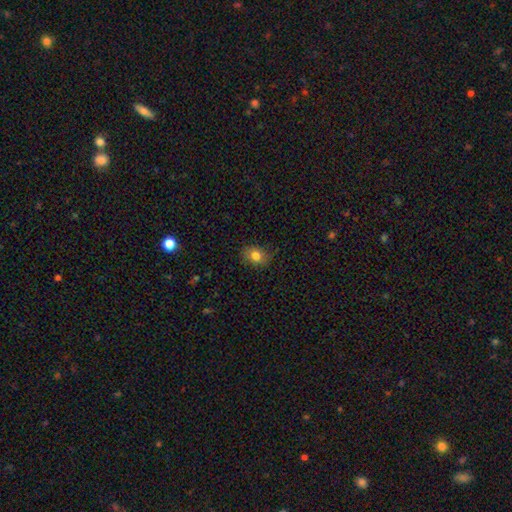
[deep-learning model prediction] Smooth or featured?
  - smooth: 81% *
  - featured or disk: 10%
  - star or artifact: 10%
How rounded?
  - in between: 57% *
  - round: 42%
  - cigar-shaped: 1%
Merging?
  - none: 78% *
  - minor disturbance: 17%
  - major disturbance: 4%
  - merger: 1%